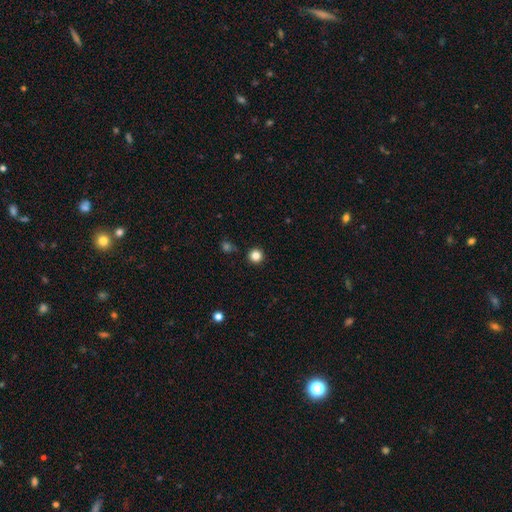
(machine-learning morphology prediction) Smooth or featured?
  - smooth: 83% *
  - star or artifact: 12%
  - featured or disk: 4%
How rounded?
  - round: 96% *
  - in between: 3%
  - cigar-shaped: 1%
Merging?
  - none: 91% *
  - minor disturbance: 5%
  - merger: 2%
  - major disturbance: 2%